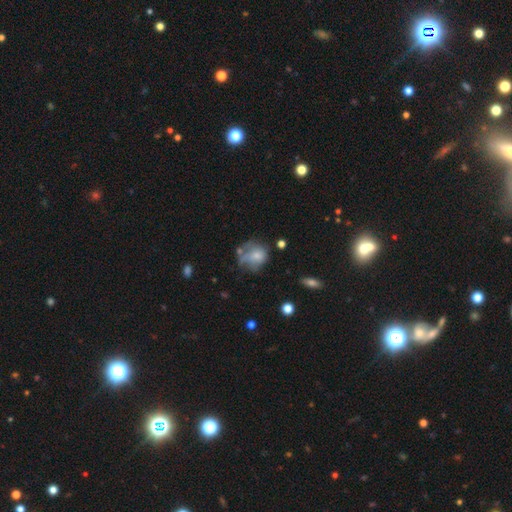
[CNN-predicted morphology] Smooth or featured: smooth — 62% (featured or disk — 28%)
How rounded: round — 63% (in between — 35%)
Merging: none — 33% (major disturbance — 29%)